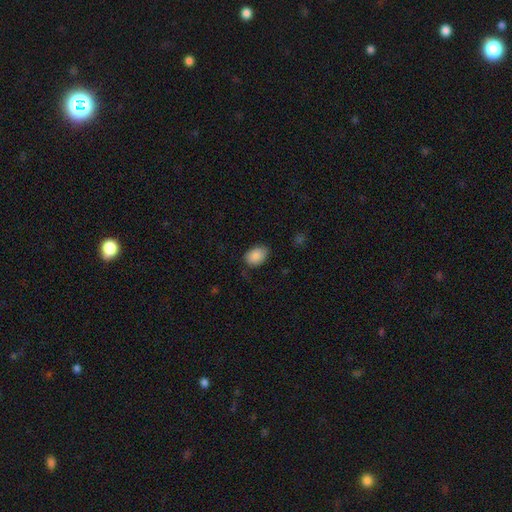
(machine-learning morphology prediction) Smooth or featured: smooth — 87% (star or artifact — 7%)
How rounded: in between — 78% (round — 21%)
Merging: none — 73% (minor disturbance — 21%)